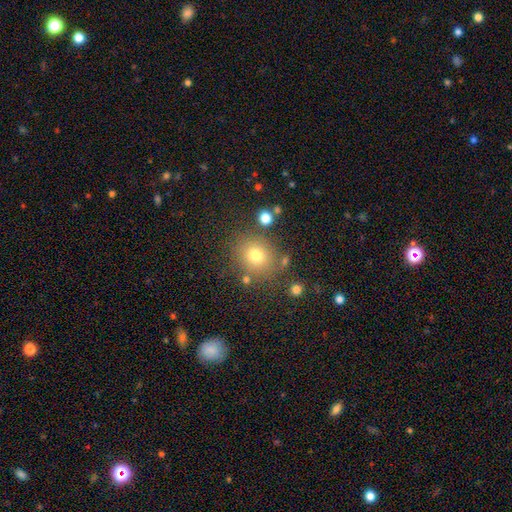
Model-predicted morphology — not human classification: This appears to be a smooth galaxy with no disk features (74%) that is round (86%). Merging: none (79%).